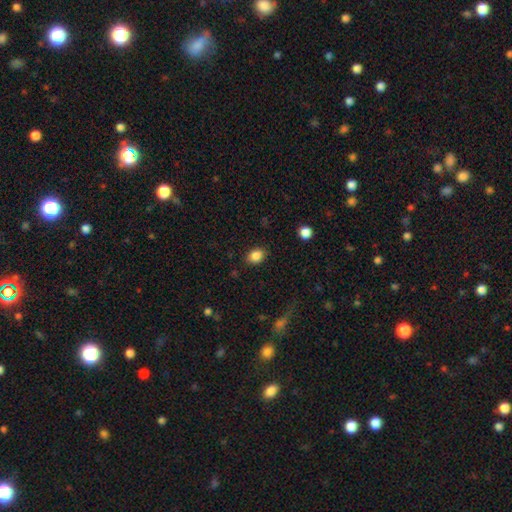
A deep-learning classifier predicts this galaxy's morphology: Q: Smooth or featured?
A: smooth (86%); runner-up: star or artifact (9%)
Q: How rounded?
A: in between (62%); runner-up: round (37%)
Q: Merging?
A: none (85%); runner-up: minor disturbance (10%)